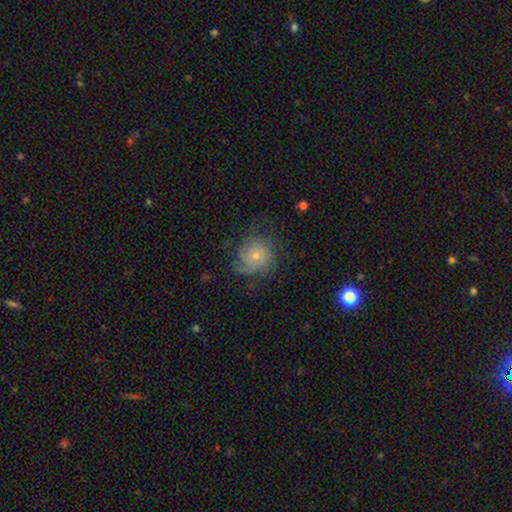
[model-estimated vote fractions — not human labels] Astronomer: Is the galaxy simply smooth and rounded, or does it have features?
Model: featured or disk — 56% (runner-up: smooth, 33%).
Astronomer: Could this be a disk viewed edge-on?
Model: no — 97%.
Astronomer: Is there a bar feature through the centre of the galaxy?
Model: no — 83%.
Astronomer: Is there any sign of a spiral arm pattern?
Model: yes — 87%.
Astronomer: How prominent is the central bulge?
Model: small — 72%.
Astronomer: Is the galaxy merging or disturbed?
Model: none — 63%.